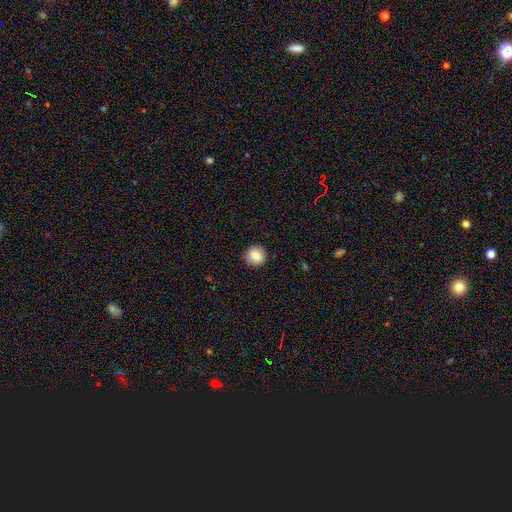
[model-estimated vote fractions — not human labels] Q: Smooth or featured?
A: smooth (82%); runner-up: featured or disk (9%)
Q: How rounded?
A: round (93%); runner-up: in between (6%)
Q: Merging?
A: none (91%); runner-up: minor disturbance (6%)